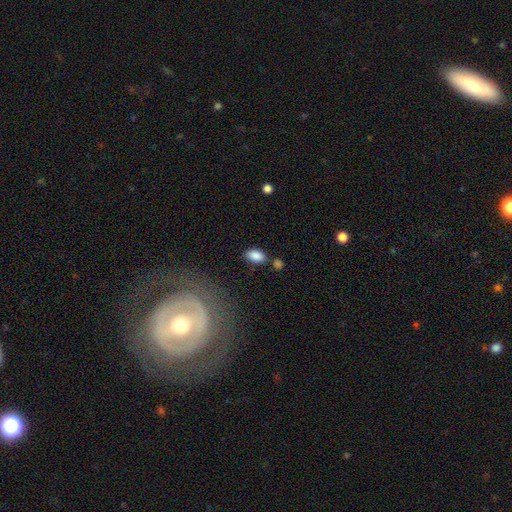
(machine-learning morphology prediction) The model was most divided on "merging": none: 74%, minor disturbance: 14%, merger: 8%, major disturbance: 4%. More confident: how rounded — in between (92%); smooth or featured — smooth (87%).